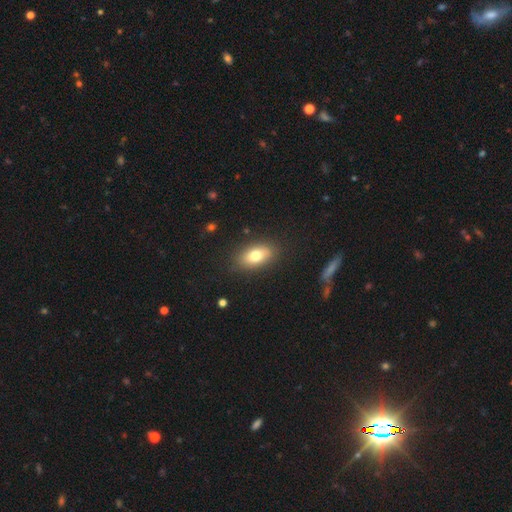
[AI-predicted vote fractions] Overall: smooth (75%). How rounded: in between (89%). Merging: none (84%).